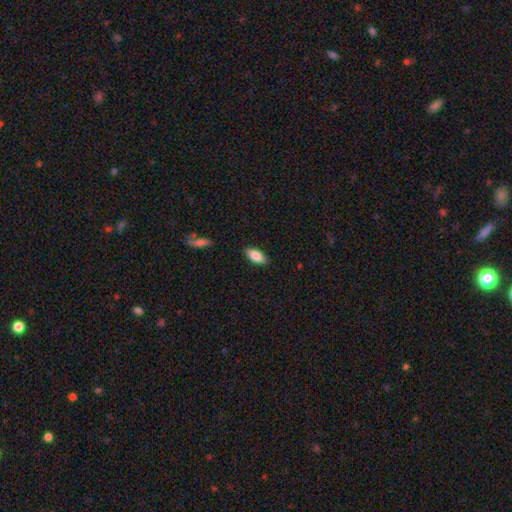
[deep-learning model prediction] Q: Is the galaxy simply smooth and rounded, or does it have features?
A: smooth — 82%.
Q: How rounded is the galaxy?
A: in between — 85%.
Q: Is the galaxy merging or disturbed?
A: none — 87%.